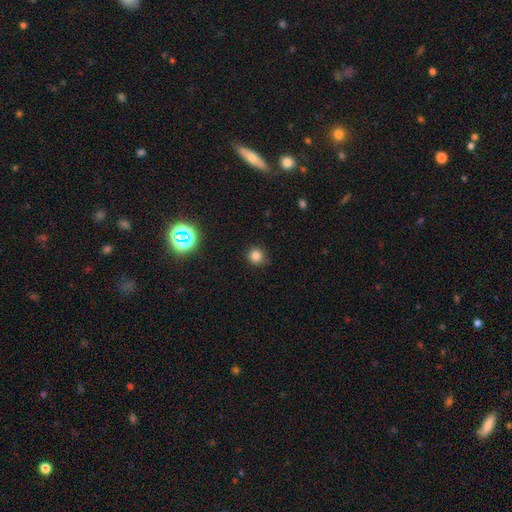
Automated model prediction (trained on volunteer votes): smooth_or_featured: smooth (p=0.79) [alt: star or artifact p=0.16]
how_rounded: round (p=0.91) [alt: in between p=0.08]
merging: none (p=0.84) [alt: minor disturbance p=0.12]